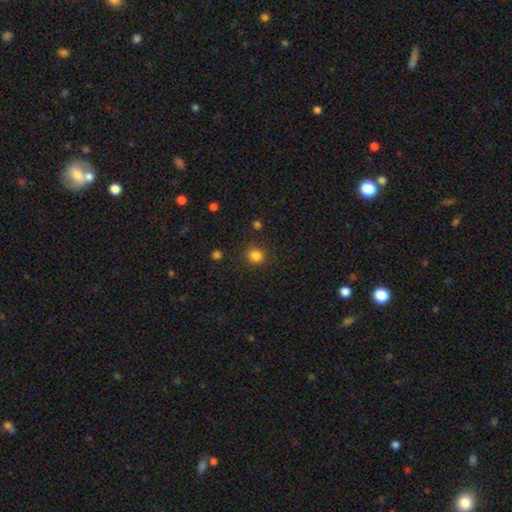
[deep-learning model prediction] Overall: smooth (84%). How rounded: round (90%). Merging: none (89%).